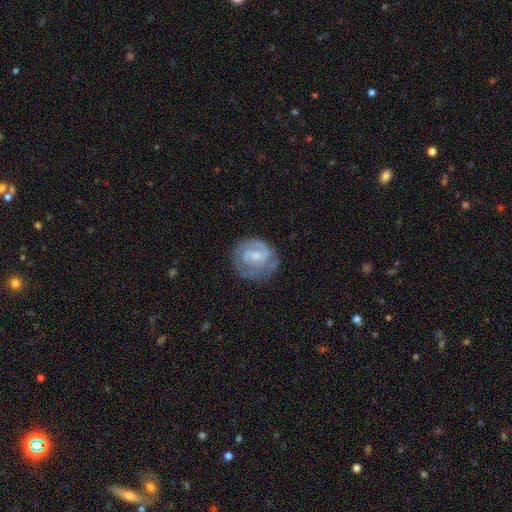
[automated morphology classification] type=featured or disk (61%); edge-on=no (97%); bar=weak (45%); spiral arms=yes (71%); bulge=small (56%); merging=none (64%).